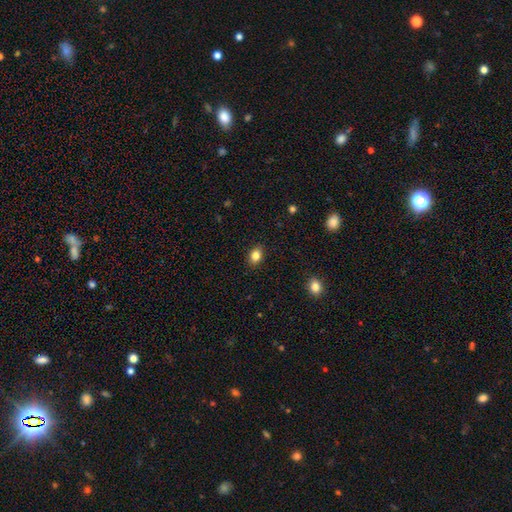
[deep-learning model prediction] smooth_or_featured: smooth (p=0.84) [alt: star or artifact p=0.10]
how_rounded: in between (p=0.70) [alt: round p=0.29]
merging: none (p=0.89) [alt: minor disturbance p=0.08]